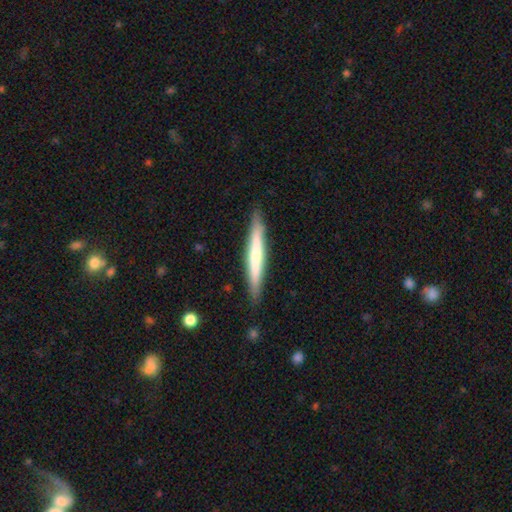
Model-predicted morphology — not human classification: Smooth or featured: smooth — 52% (featured or disk — 43%)
How rounded: cigar-shaped — 96% (in between — 3%)
Merging: none — 89% (minor disturbance — 8%)